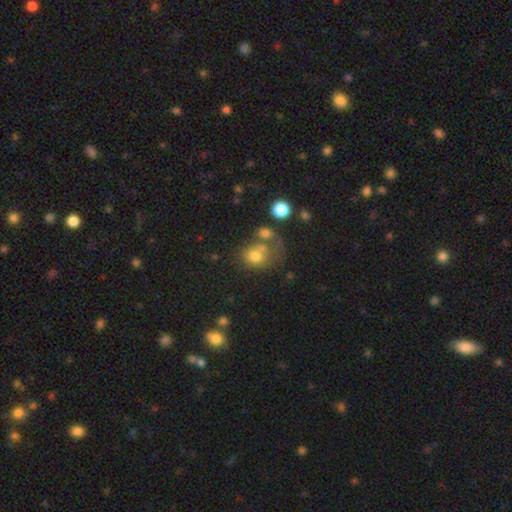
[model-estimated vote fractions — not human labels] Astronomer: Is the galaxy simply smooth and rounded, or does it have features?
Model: smooth — 69%.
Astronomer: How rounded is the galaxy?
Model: round — 62%.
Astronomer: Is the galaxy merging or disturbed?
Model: merger — 36% (runner-up: none, 31%).